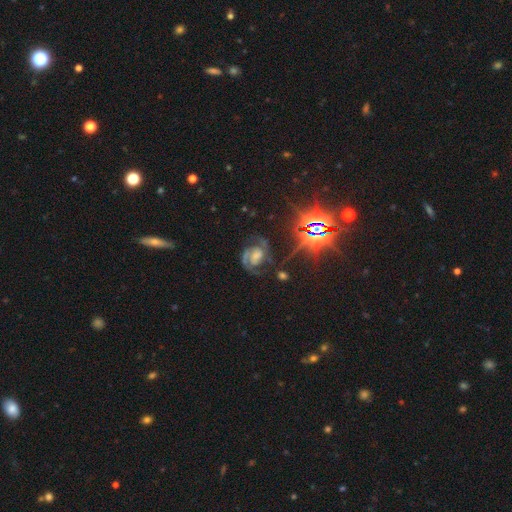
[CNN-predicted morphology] A featured or disk galaxy (68%) with no bar (42%), 2 (73%) medium (50%) spiral arms (95%) and a moderate central bulge (43%).

Vote fractions:
- Smooth or featured? featured or disk: 68% / star or artifact: 24% / smooth: 8%
- Edge-on disk? no: 96% / yes: 4%
- Bar? no: 42% / weak: 39% / strong: 19%
- Spiral arms? yes: 95% / no: 5%
- Spiral winding? medium: 50% / tight: 38% / loose: 12%
- Spiral arm count? 2: 73% / can't tell: 9% / 3: 8% / 1: 4% / 4: 3% / more than 4: 2%
- Bulge size? moderate: 43% / small: 31% / none: 13% / large: 10% / dominant: 2%
- Merging? none: 65% / minor disturbance: 18% / major disturbance: 14% / merger: 4%